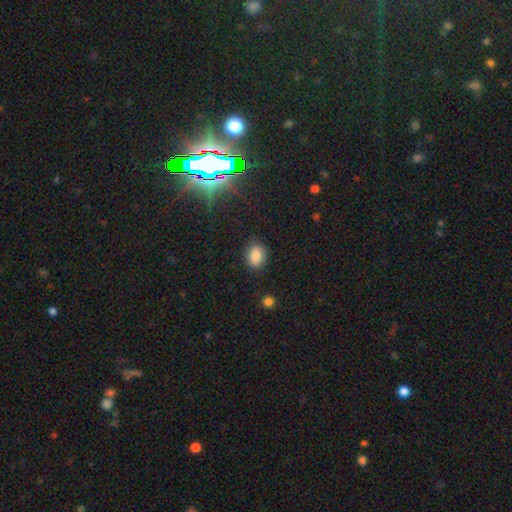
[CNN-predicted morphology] A smooth galaxy with no disk features (83%) that is in between round and cigar-shaped (67%). Merging: none (85%).